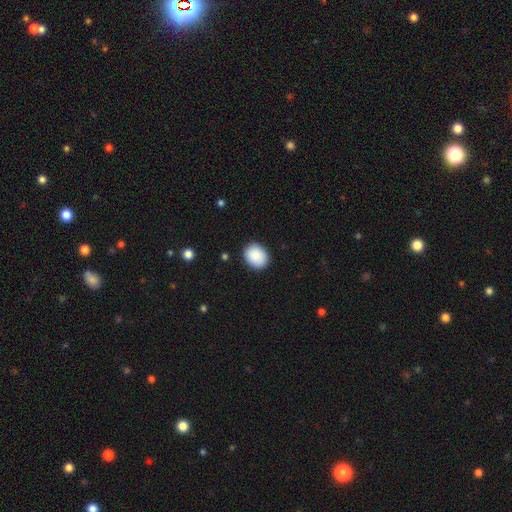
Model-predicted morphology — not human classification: type=smooth (89%); roundness=in between (50%); merging=none (88%).